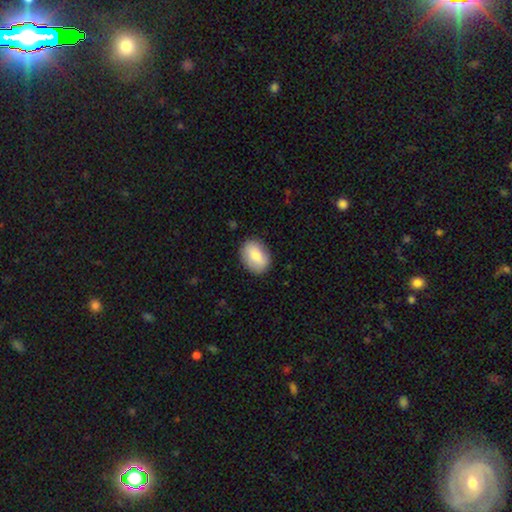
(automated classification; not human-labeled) The model was most divided on "how rounded": in between: 78%, round: 20%, cigar-shaped: 1%. More confident: merging — none (86%); smooth or featured — smooth (77%).